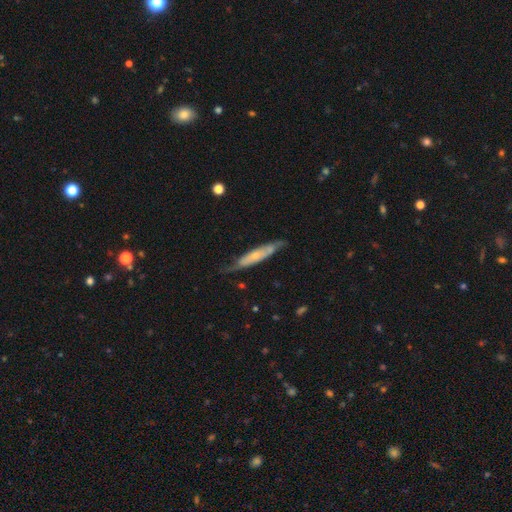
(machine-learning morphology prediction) featured or disk 61%, smooth 33%, star or artifact 6%. Down the decision tree: edge-on disk — yes (53%); merging — none (64%).